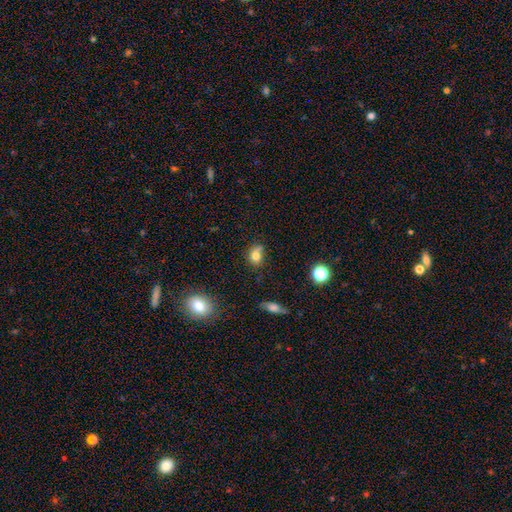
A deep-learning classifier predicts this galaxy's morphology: The model was most divided on "how rounded": round: 52%, in between: 46%, cigar-shaped: 2%. More confident: smooth or featured — smooth (77%); merging — none (53%).